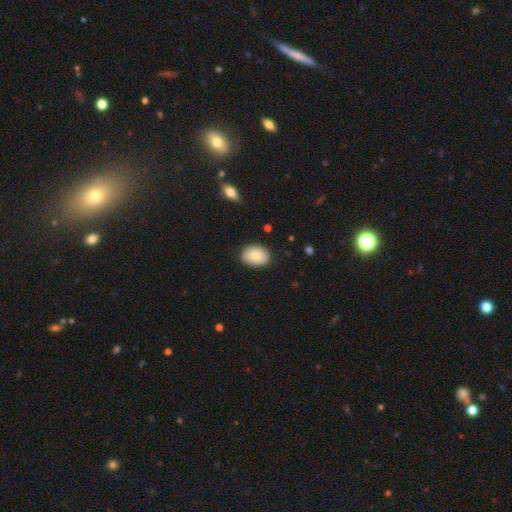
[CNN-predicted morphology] This appears to be a smooth galaxy with no disk features (81%) that is in between round and cigar-shaped (74%). Merging: none (83%).